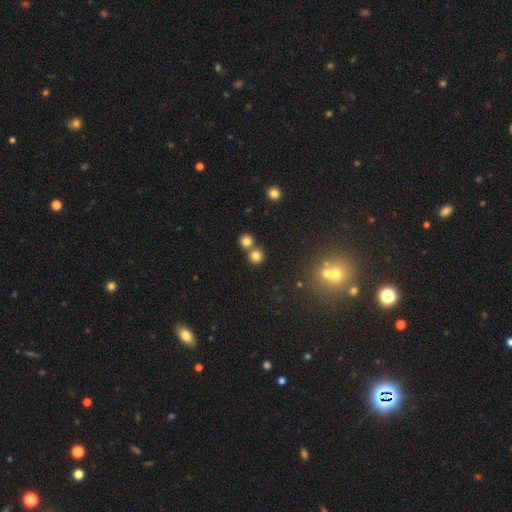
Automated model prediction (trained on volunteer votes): A smooth galaxy with no disk features (79%) that is round (89%). Merging: none (62%).